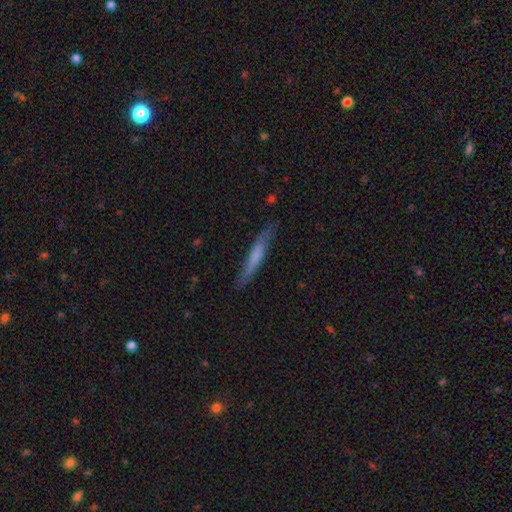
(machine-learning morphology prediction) Overall: smooth (53%; featured or disk 41%). How rounded: cigar-shaped (94%). Merging: none (80%).